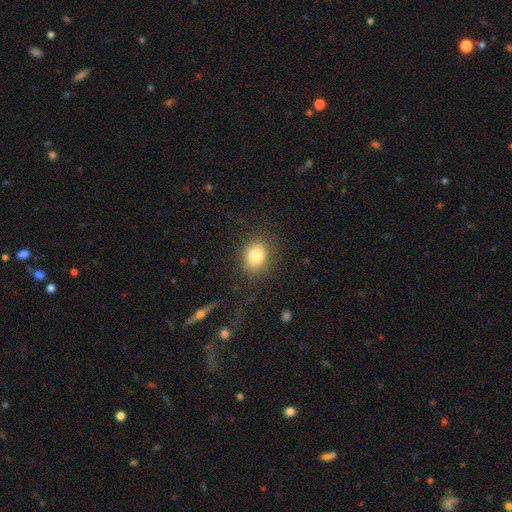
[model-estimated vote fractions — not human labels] This appears to be a smooth galaxy with no disk features (84%) that is round (56%). Merging: none (80%).